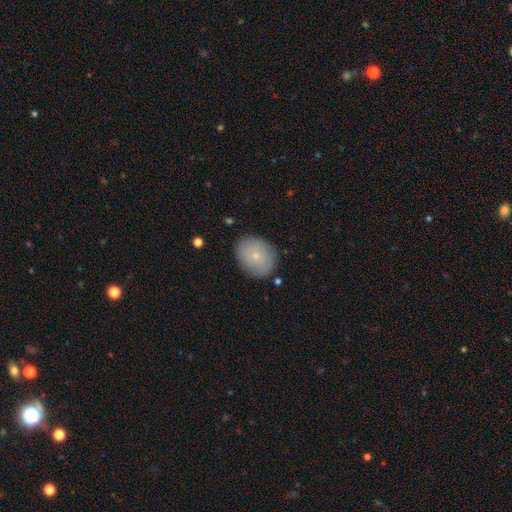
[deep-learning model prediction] Overall: smooth (71%). How rounded: round (59%; in between 40%). Merging: none (84%).